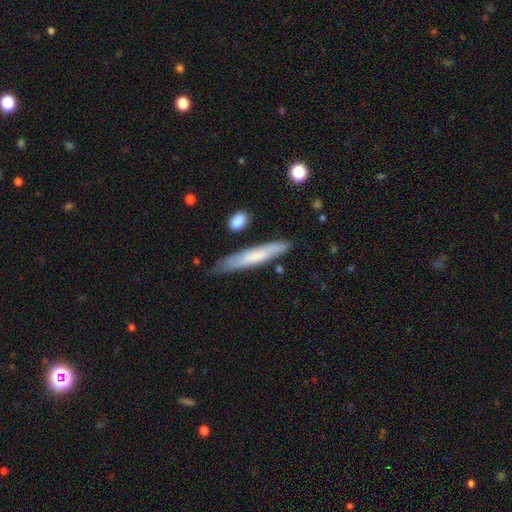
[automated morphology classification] Smooth or featured? Predicted: smooth (p=0.62). How rounded? Predicted: cigar-shaped (p=0.91). Merging? Predicted: none (p=0.74).